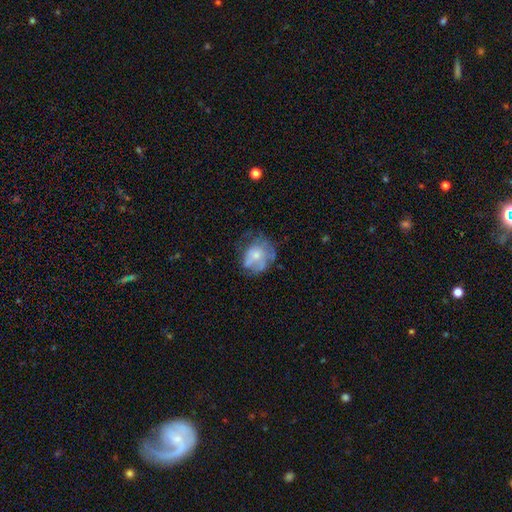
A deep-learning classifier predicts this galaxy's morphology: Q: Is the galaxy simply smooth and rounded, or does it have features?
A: smooth — 46%.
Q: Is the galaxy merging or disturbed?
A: none — 44%.